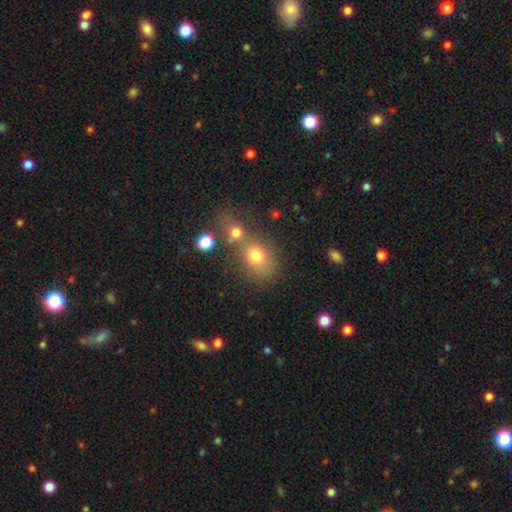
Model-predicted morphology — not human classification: smooth_or_featured: smooth (p=0.72) [alt: star or artifact p=0.15]
how_rounded: round (p=0.56) [alt: in between p=0.43]
merging: merger (p=0.44) [alt: none p=0.39]